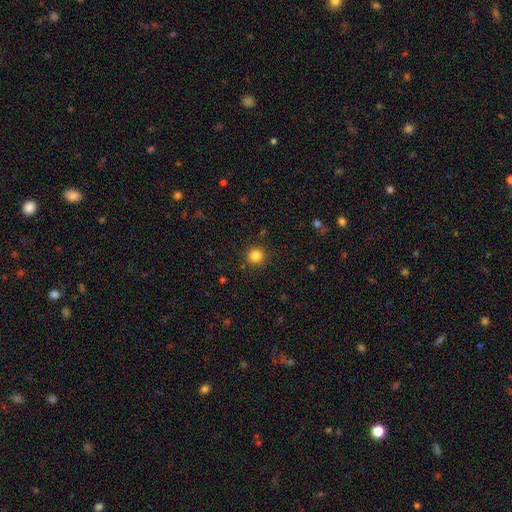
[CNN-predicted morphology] smooth 84%, star or artifact 12%, featured or disk 4%. Down the decision tree: how rounded — round (93%); merging — none (90%).